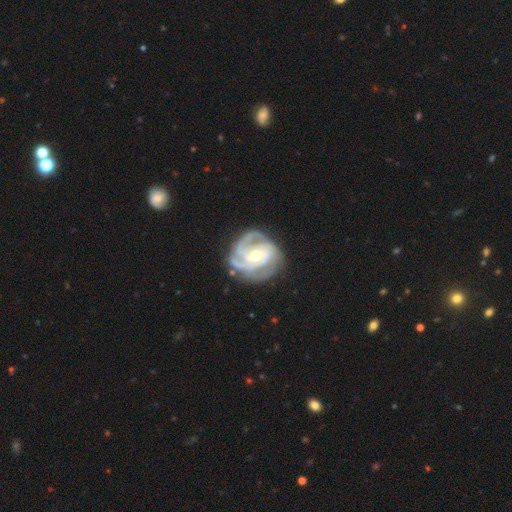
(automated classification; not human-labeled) smooth_or_featured: featured or disk (p=0.90) [alt: smooth p=0.06]
disk_edge_on: no (p=0.98) [alt: yes p=0.02]
bar: no (p=0.56) [alt: weak p=0.33]
has_spiral_arms: yes (p=0.97) [alt: no p=0.03]
spiral_winding: tight (p=0.60) [alt: medium p=0.34]
spiral_arm_count: 3 (p=0.49) [alt: 2 p=0.14]
bulge_size: moderate (p=0.62) [alt: small p=0.34]
merging: none (p=0.71) [alt: minor disturbance p=0.19]